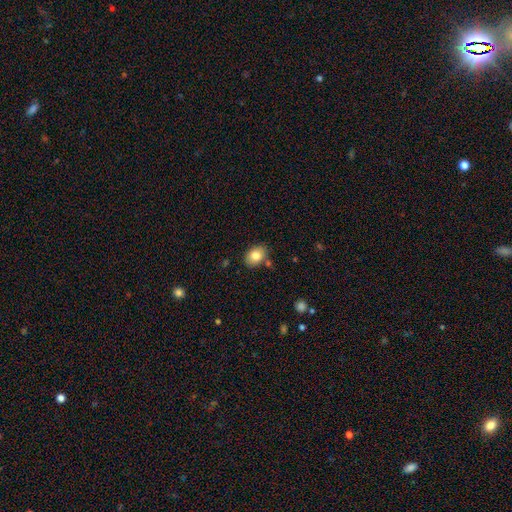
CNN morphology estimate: Smooth or featured? smooth (82%)
How rounded? in between (71%)
Merging? none (80%)